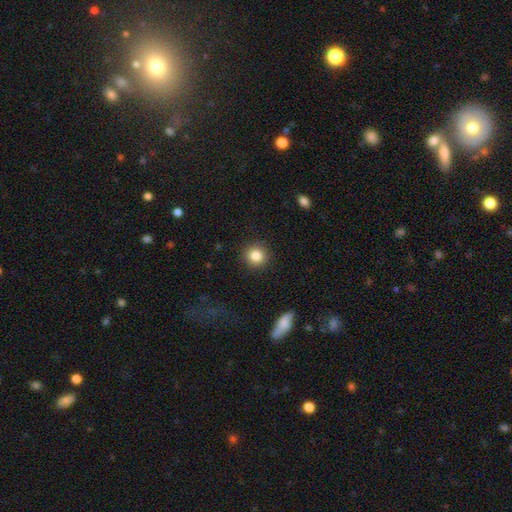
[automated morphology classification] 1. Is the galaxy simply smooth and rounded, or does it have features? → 85% smooth, 9% star or artifact, 6% featured or disk.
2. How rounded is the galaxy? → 93% round, 6% in between, 1% cigar-shaped.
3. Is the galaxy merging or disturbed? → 91% none, 6% minor disturbance, 2% major disturbance, 1% merger.